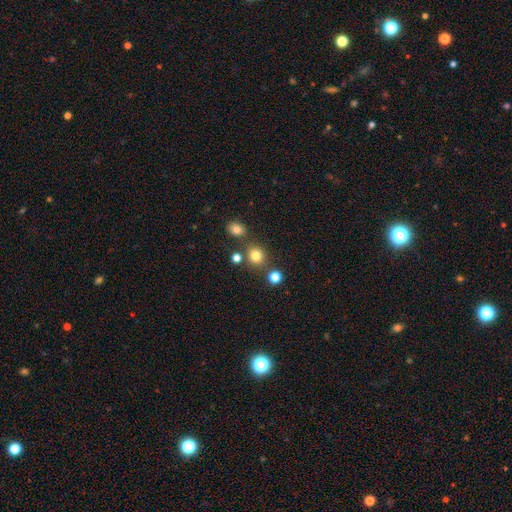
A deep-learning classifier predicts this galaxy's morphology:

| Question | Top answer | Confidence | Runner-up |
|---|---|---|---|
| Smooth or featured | smooth | 78% | star or artifact (15%) |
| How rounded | round | 85% | in between (14%) |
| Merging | none | 77% | merger (10%) |